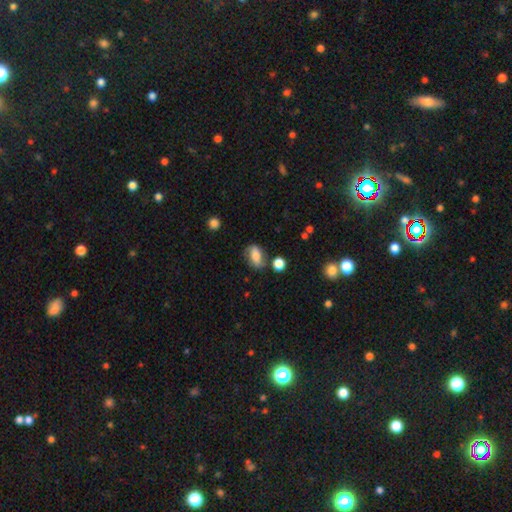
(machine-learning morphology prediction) smooth_or_featured: smooth (p=0.57) [alt: featured or disk p=0.33]
how_rounded: in between (p=0.80) [alt: round p=0.15]
merging: none (p=0.65) [alt: minor disturbance p=0.21]